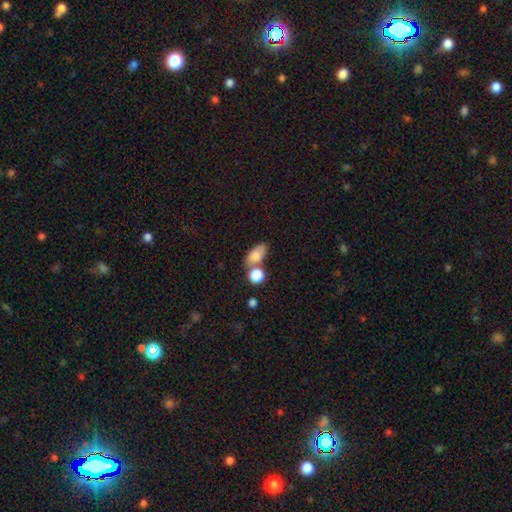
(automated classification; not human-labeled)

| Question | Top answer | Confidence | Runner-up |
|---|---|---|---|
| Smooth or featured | smooth | 79% | featured or disk (12%) |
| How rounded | in between | 79% | round (15%) |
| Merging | none | 45% | merger (33%) |